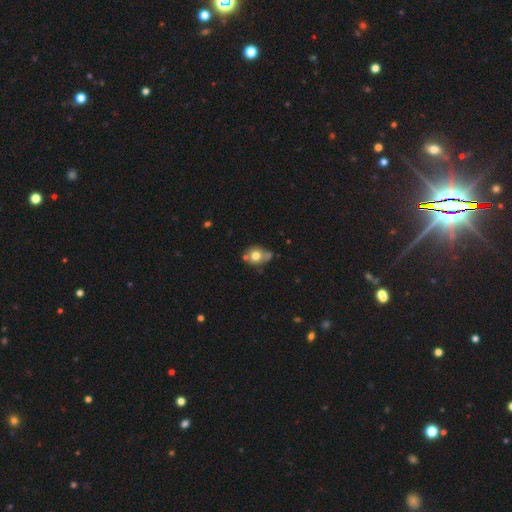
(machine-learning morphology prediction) The model was most divided on "merging": none: 51%, minor disturbance: 22%, merger: 20%, major disturbance: 7%. More confident: smooth or featured — smooth (69%); how rounded — round (68%).